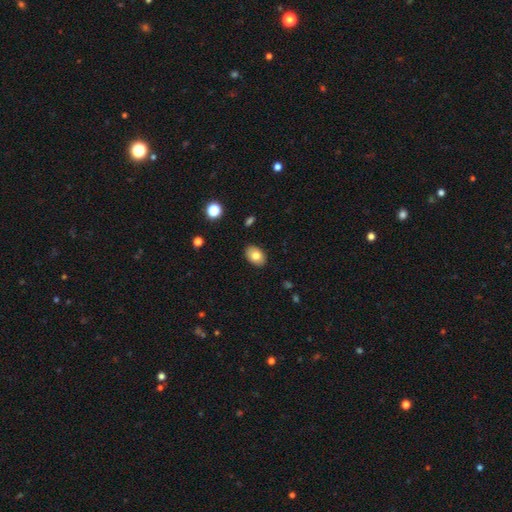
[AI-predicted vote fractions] smooth-or-featured: smooth: 79% | featured or disk: 13% | star or artifact: 8%
  how-rounded: in between: 85% | round: 14% | cigar-shaped: 1%
  merging: none: 88% | minor disturbance: 9% | major disturbance: 2% | merger: 1%